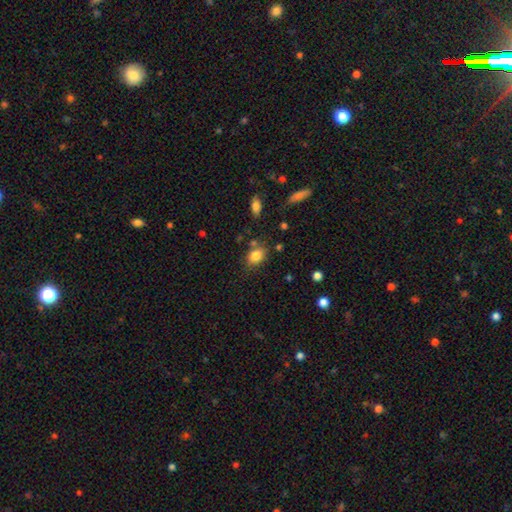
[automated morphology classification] type=smooth (83%); roundness=in between (73%); merging=none (72%).